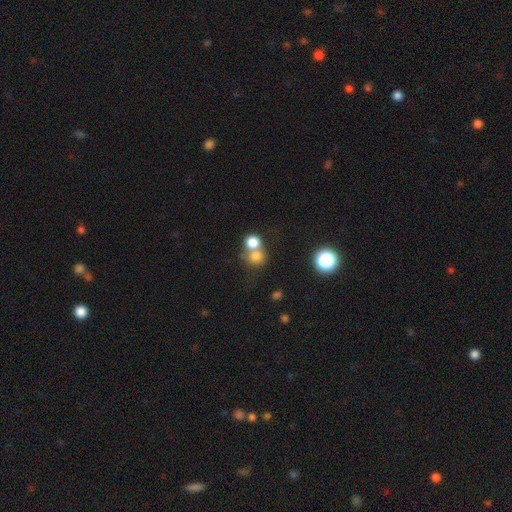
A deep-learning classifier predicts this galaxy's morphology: This appears to be a smooth galaxy with no disk features (75%) that is round (83%). Merging: merger (48%).